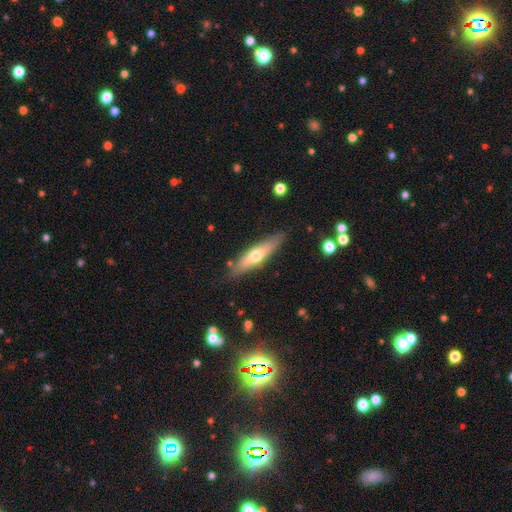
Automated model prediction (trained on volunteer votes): Smooth or featured: smooth — 49% (featured or disk — 45%)
Merging: none — 83% (minor disturbance — 12%)